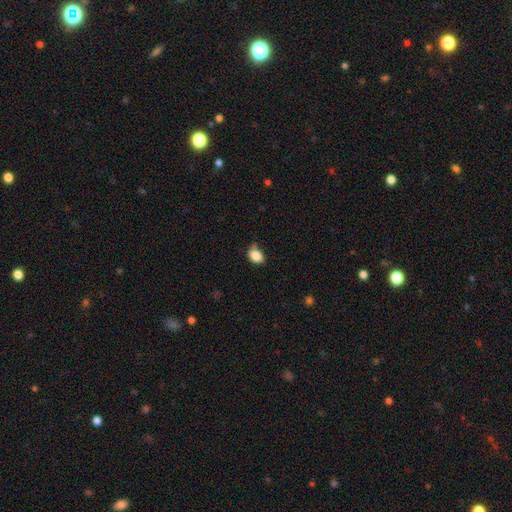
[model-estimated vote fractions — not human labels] A smooth galaxy with no disk features (85%) that is in between round and cigar-shaped (72%).

Vote fractions:
- Smooth or featured? smooth: 85% / star or artifact: 9% / featured or disk: 5%
- How rounded? in between: 72% / round: 27% / cigar-shaped: 1%
- Merging? none: 60% / minor disturbance: 30% / major disturbance: 6% / merger: 4%